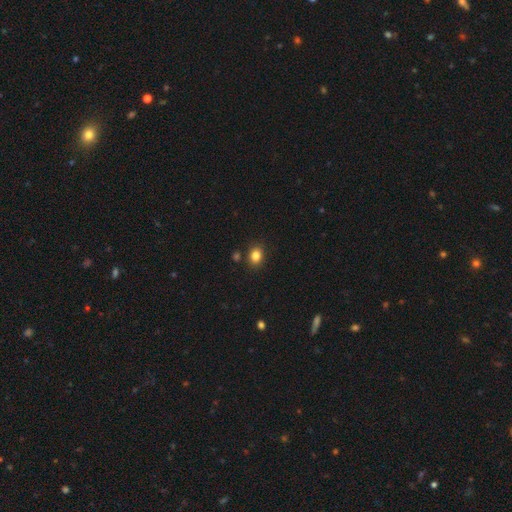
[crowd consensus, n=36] Volunteers were most divided on "how rounded": round: 52%, in between: 48%, cigar-shaped: 0%. More confident: smooth or featured — smooth (92%); merging — none (85%).